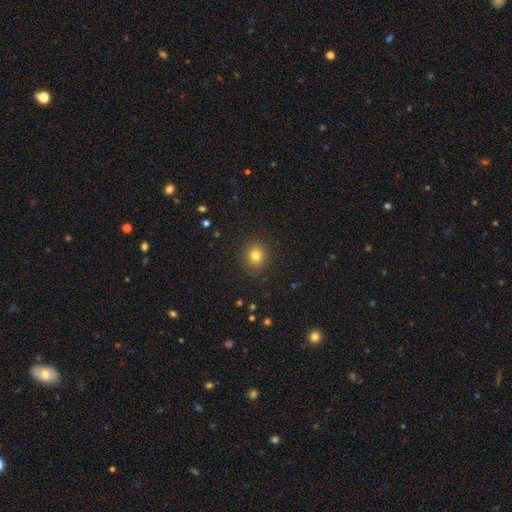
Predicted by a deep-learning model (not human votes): Morphology: type=smooth (80%); roundness=round (83%); merging=none (89%).